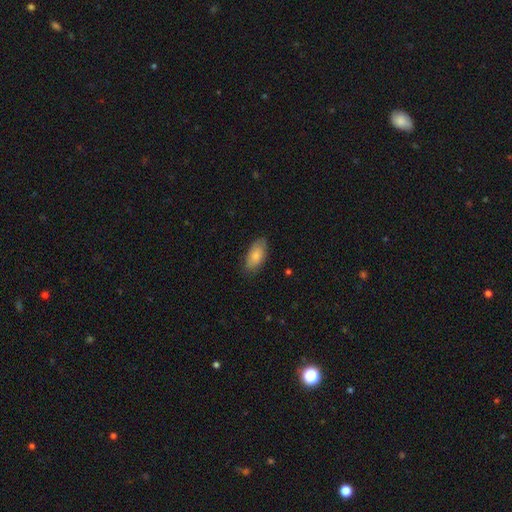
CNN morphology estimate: A smooth galaxy with no disk features (82%) that is in between round and cigar-shaped (92%).

Vote fractions:
- Smooth or featured? smooth: 82% / featured or disk: 12% / star or artifact: 6%
- How rounded? in between: 92% / cigar-shaped: 6% / round: 2%
- Merging? none: 81% / minor disturbance: 15% / major disturbance: 3% / merger: 1%